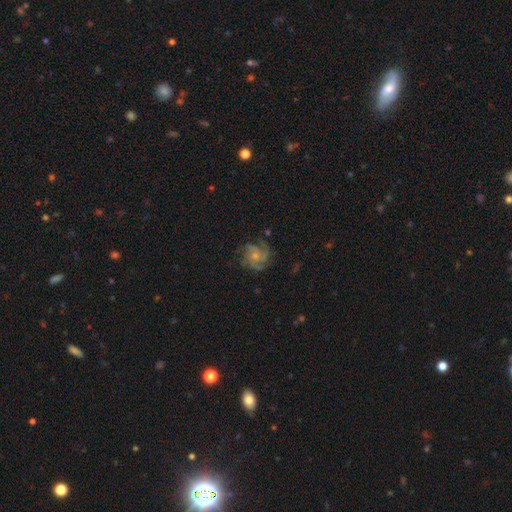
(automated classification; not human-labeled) A featured or disk galaxy (77%) with no bar (79%), 4 (29%) medium (44%) spiral arms (94%) and a small central bulge (59%).

Vote fractions:
- Smooth or featured? featured or disk: 77% / smooth: 15% / star or artifact: 9%
- Edge-on disk? no: 98% / yes: 2%
- Bar? no: 79% / weak: 19% / strong: 3%
- Spiral arms? yes: 94% / no: 6%
- Spiral winding? medium: 44% / tight: 43% / loose: 14%
- Spiral arm count? 4: 29% / 3: 28% / can't tell: 19% / 2: 9% / more than 4: 7% / 1: 6%
- Bulge size? small: 59% / moderate: 32% / none: 6% / large: 2% / dominant: 1%
- Merging? none: 72% / minor disturbance: 17% / major disturbance: 9% / merger: 1%